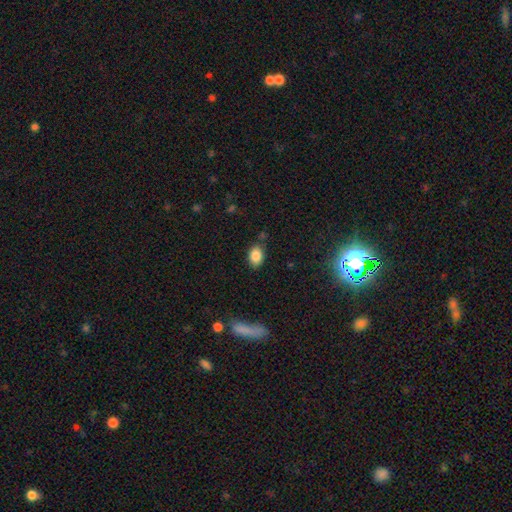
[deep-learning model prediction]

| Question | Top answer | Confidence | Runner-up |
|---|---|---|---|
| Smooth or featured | smooth | 85% | star or artifact (9%) |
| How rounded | in between | 81% | round (17%) |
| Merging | none | 78% | minor disturbance (15%) |